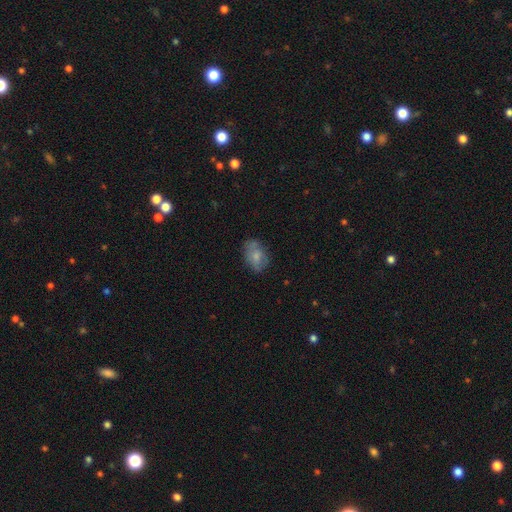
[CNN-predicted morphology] Overall: smooth (67%). How rounded: in between (82%). Merging: none (65%).